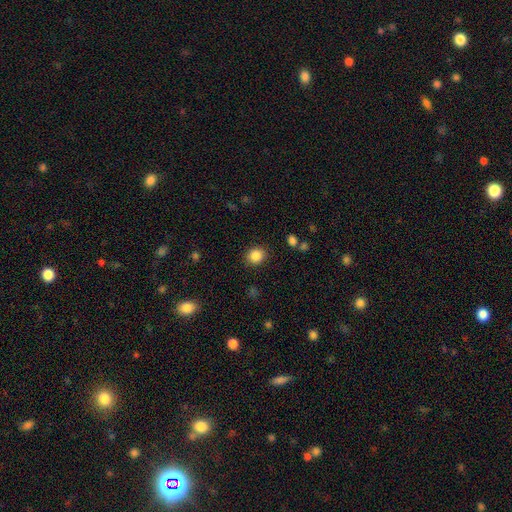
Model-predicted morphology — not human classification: smooth-or-featured: smooth: 86% | star or artifact: 10% | featured or disk: 4%
  how-rounded: round: 77% | in between: 23% | cigar-shaped: 1%
  merging: none: 88% | minor disturbance: 8% | major disturbance: 3% | merger: 2%